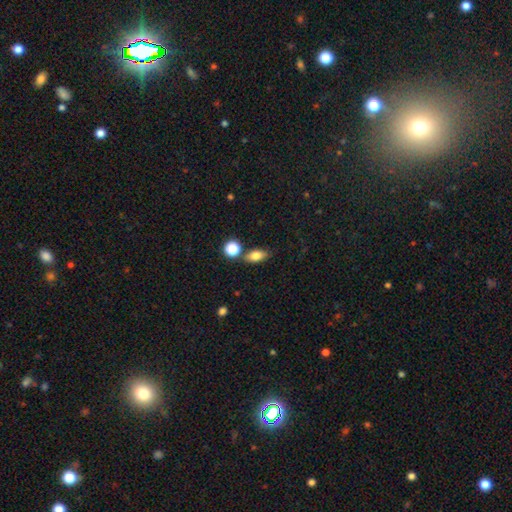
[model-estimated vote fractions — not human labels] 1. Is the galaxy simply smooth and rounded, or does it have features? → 79% smooth, 11% featured or disk, 10% star or artifact.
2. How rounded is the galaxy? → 78% in between, 14% round, 8% cigar-shaped.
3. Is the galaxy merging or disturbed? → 72% none, 13% minor disturbance, 12% merger, 3% major disturbance.